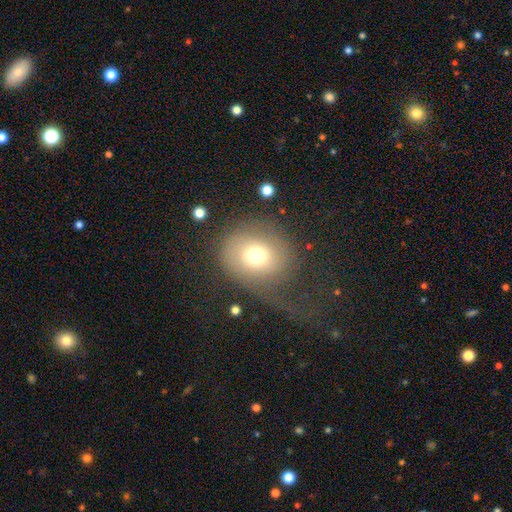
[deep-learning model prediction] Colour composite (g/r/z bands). It shows a smooth galaxy with no disk features (65%) that is round (73%). Merging: none (40%).